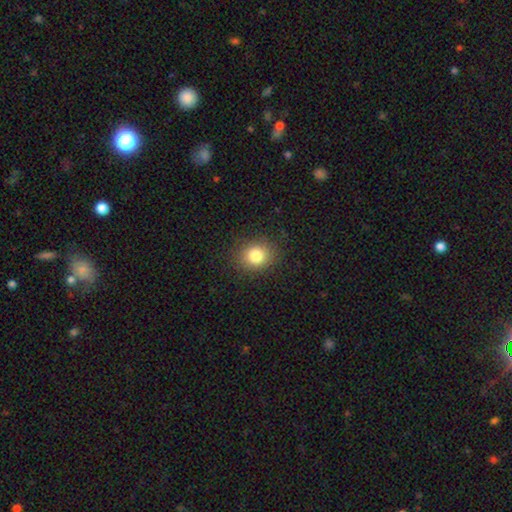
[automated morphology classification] smooth_or_featured: smooth (p=0.81) [alt: star or artifact p=0.11]
how_rounded: round (p=0.71) [alt: in between p=0.28]
merging: none (p=0.87) [alt: minor disturbance p=0.09]